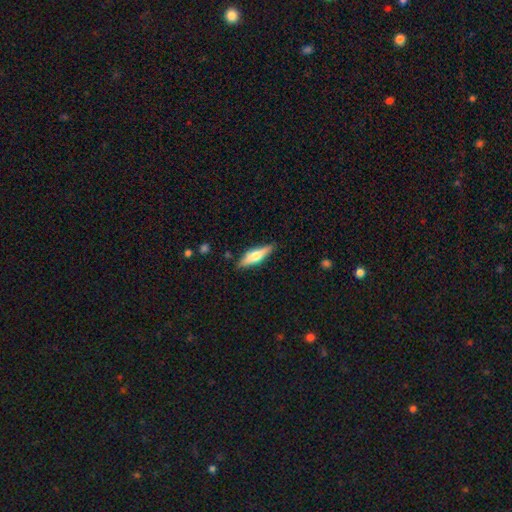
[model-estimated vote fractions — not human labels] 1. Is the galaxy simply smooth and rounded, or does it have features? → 48% featured or disk, 46% smooth, 6% star or artifact.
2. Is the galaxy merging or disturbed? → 86% none, 10% minor disturbance, 2% major disturbance, 1% merger.